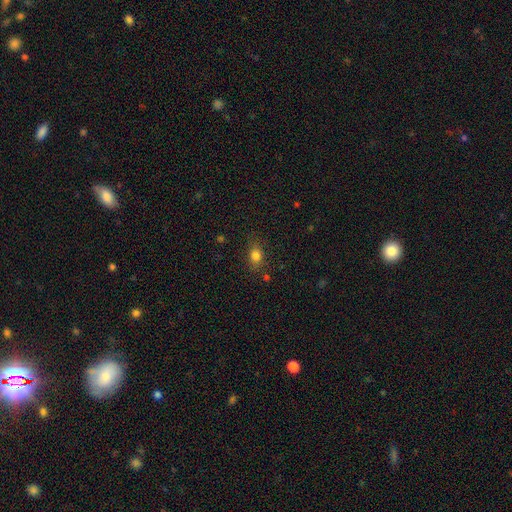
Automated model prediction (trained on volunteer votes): A smooth galaxy with no disk features (80%) that is in between round and cigar-shaped (58%).

Vote fractions:
- Smooth or featured? smooth: 80% / star or artifact: 13% / featured or disk: 7%
- How rounded? in between: 58% / round: 40% / cigar-shaped: 2%
- Merging? none: 77% / minor disturbance: 16% / major disturbance: 5% / merger: 2%